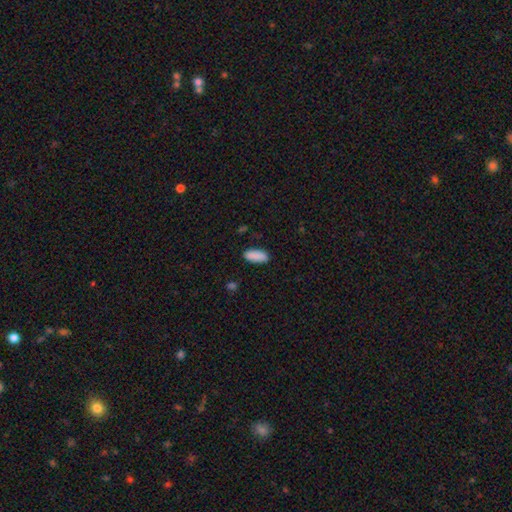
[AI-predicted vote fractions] A smooth galaxy with no disk features (90%) that is in between round and cigar-shaped (83%). Merging: none (87%).